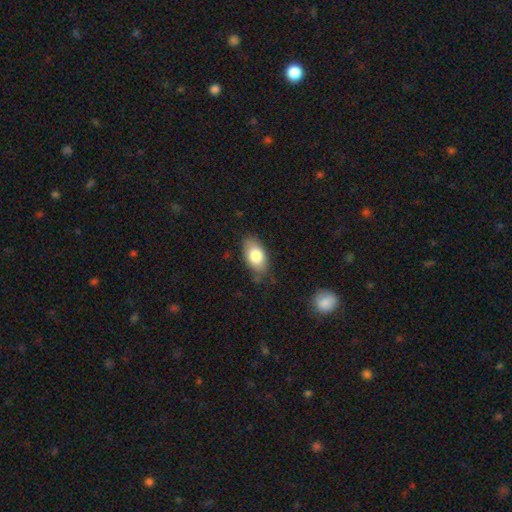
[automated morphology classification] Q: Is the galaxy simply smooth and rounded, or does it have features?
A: smooth — 80%.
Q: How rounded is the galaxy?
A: in between — 92%.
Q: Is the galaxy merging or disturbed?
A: none — 74%.